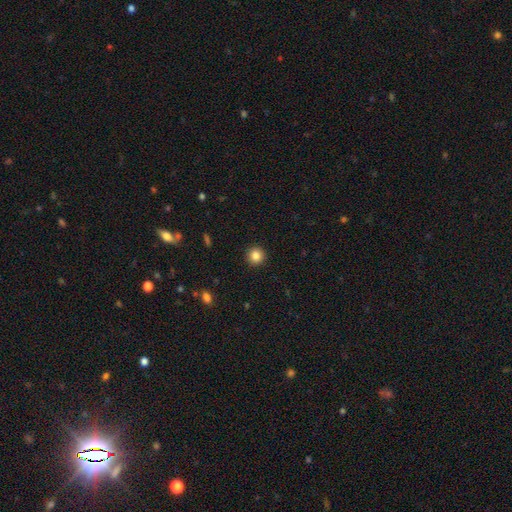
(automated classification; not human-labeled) Smooth or featured? Predicted: smooth (p=0.84). How rounded? Predicted: round (p=0.95). Merging? Predicted: none (p=0.93).